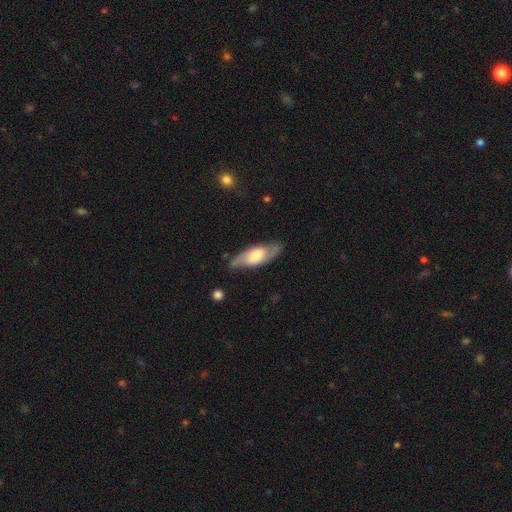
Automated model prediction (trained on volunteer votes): Smooth or featured?
  - featured or disk: 55% *
  - smooth: 39%
  - star or artifact: 6%
Edge-on disk?
  - no: 72% *
  - yes: 28%
Merging?
  - none: 77% *
  - minor disturbance: 17%
  - major disturbance: 5%
  - merger: 2%